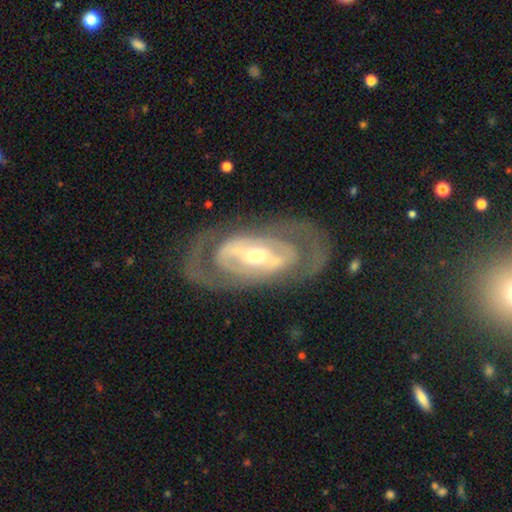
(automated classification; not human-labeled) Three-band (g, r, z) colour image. It shows a featured or disk galaxy (84%) with a strong bar (36%), 2 (63%) tight (57%) spiral arms (74%) and a moderate central bulge (56%). Merging: none (76%).